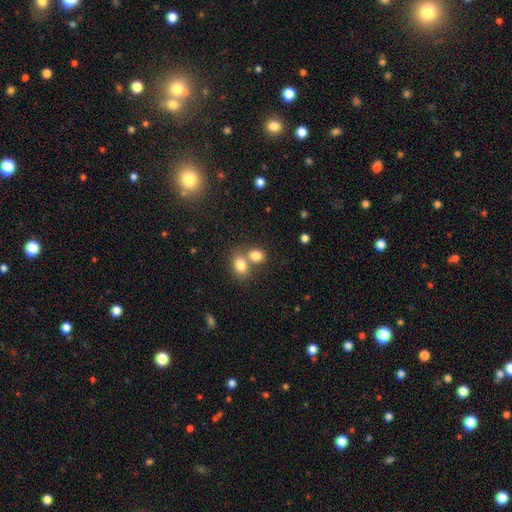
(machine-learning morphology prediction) Smooth or featured? Predicted: smooth (p=0.80). How rounded? Predicted: in between (p=0.51). Merging? Predicted: merger (p=0.49).